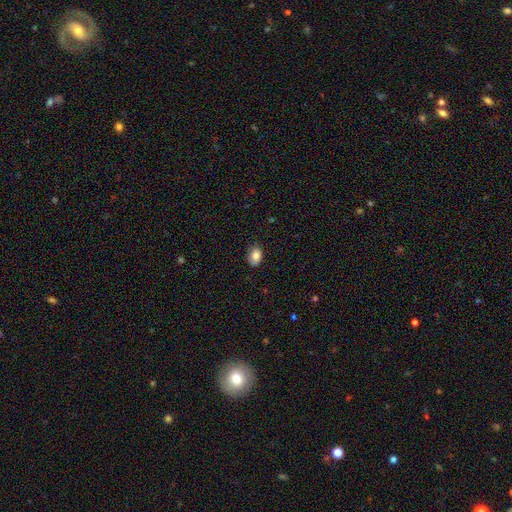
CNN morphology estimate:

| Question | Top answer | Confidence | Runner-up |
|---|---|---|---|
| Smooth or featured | smooth | 84% | star or artifact (8%) |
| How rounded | in between | 83% | round (16%) |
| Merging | none | 78% | minor disturbance (18%) |